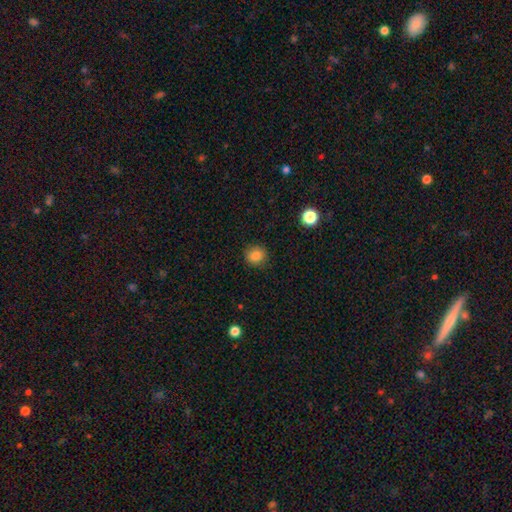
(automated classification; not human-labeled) Morphology: type=smooth (85%); roundness=round (88%); merging=none (88%).